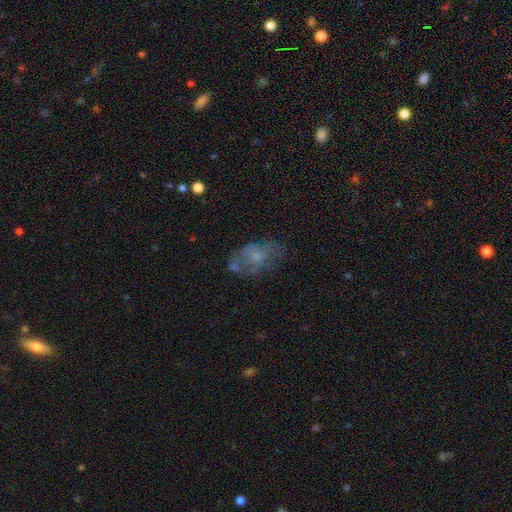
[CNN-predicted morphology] Smooth or featured: smooth — 47% (featured or disk — 41%)
Merging: none — 44% (minor disturbance — 24%)